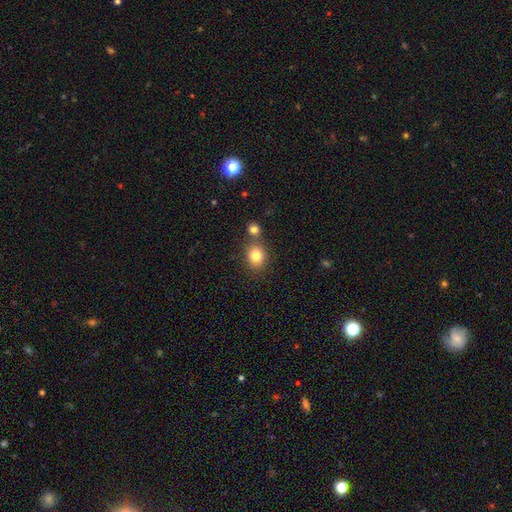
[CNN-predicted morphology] Smooth or featured? Predicted: smooth (p=0.81). How rounded? Predicted: round (p=0.71). Merging? Predicted: none (p=0.67).